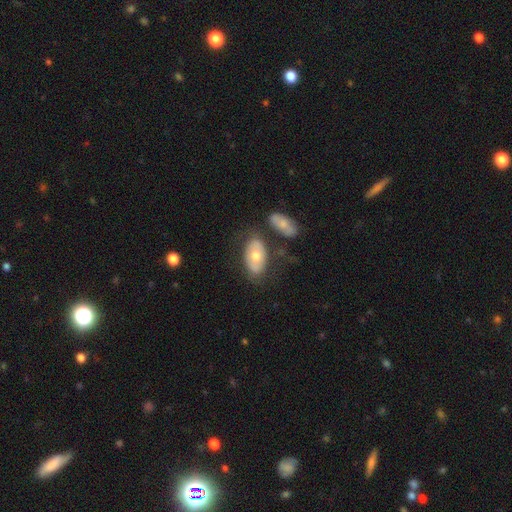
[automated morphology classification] Smooth or featured: smooth — 54% (featured or disk — 40%)
How rounded: in between — 92% (round — 6%)
Merging: none — 64% (minor disturbance — 16%)